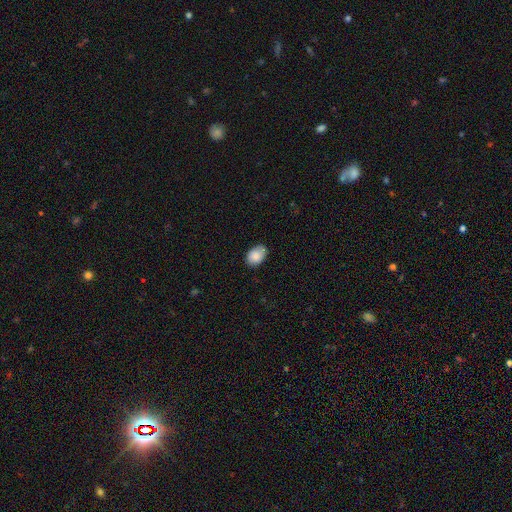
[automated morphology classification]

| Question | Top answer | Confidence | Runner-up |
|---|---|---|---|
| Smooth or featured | smooth | 85% | star or artifact (8%) |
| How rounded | in between | 81% | round (17%) |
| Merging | none | 70% | minor disturbance (24%) |